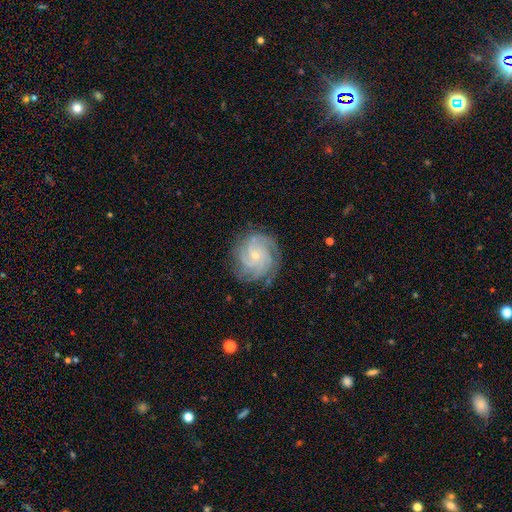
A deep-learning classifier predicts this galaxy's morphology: featured or disk 85%, smooth 8%, star or artifact 7%. Down the decision tree: edge-on disk — no (98%); bar — no (74%); spiral arms — yes (98%); spiral arm count — 4 (33%); spiral winding — tight (73%); bulge size — small (78%); merging — none (81%).